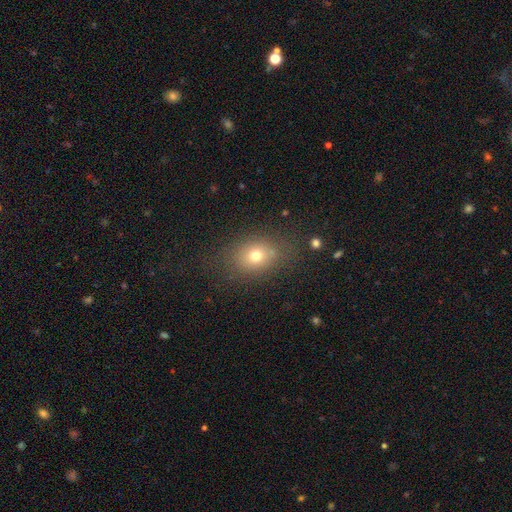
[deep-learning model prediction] Q: Smooth or featured?
A: smooth (72%); runner-up: star or artifact (15%)
Q: How rounded?
A: in between (57%); runner-up: round (42%)
Q: Merging?
A: none (75%); runner-up: minor disturbance (15%)